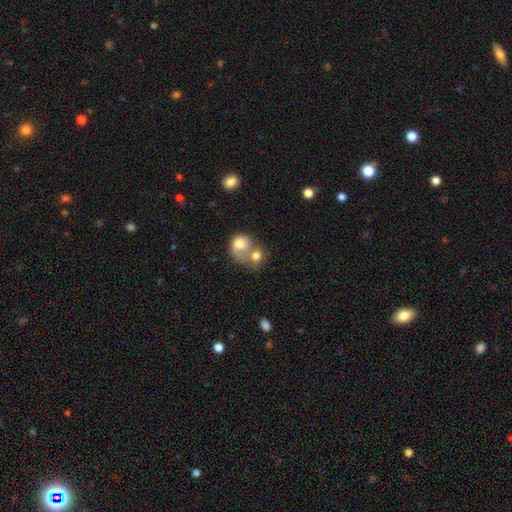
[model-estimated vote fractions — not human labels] Smooth or featured?
  - smooth: 71% *
  - featured or disk: 21%
  - star or artifact: 8%
How rounded?
  - round: 67% *
  - in between: 32%
  - cigar-shaped: 1%
Merging?
  - merger: 70% *
  - none: 17%
  - major disturbance: 7%
  - minor disturbance: 7%